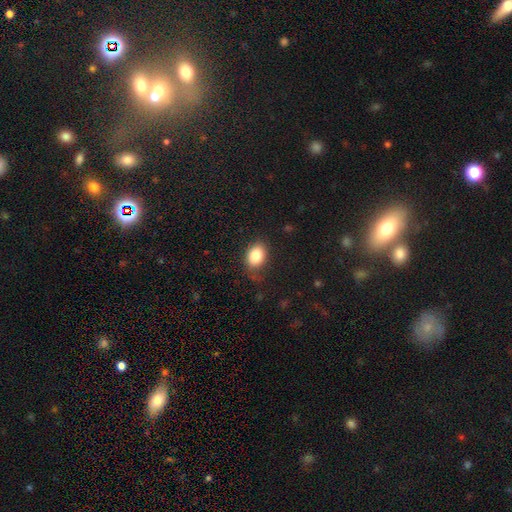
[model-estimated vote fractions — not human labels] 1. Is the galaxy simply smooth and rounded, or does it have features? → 85% smooth, 8% star or artifact, 7% featured or disk.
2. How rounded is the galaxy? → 74% in between, 24% round, 1% cigar-shaped.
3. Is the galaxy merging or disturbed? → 78% none, 16% minor disturbance, 5% major disturbance, 1% merger.